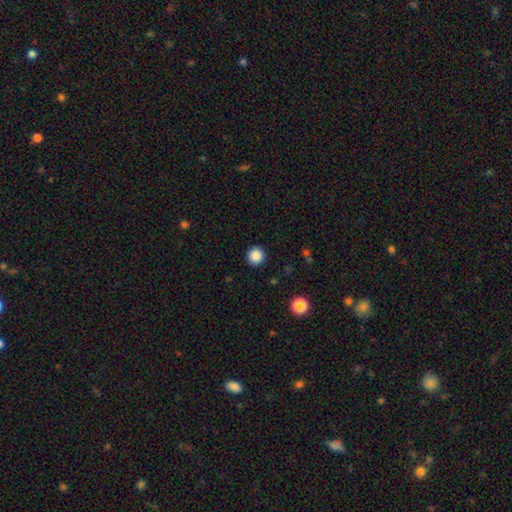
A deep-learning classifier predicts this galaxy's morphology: Smooth or featured? smooth (87%)
How rounded? round (95%)
Merging? none (93%)